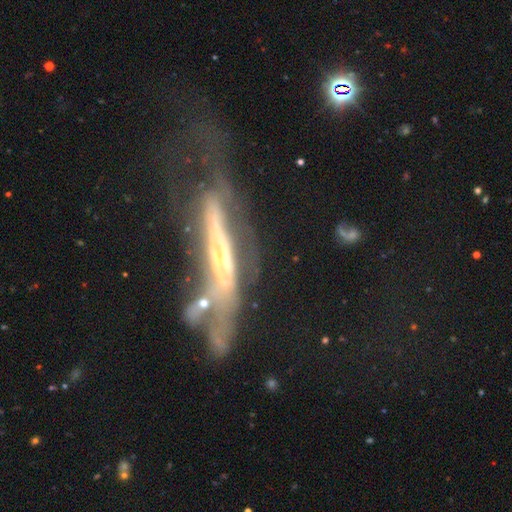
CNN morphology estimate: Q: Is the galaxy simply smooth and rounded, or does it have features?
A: featured or disk — 71%.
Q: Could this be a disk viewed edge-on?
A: yes — 59%.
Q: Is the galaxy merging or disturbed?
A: major disturbance — 34%.